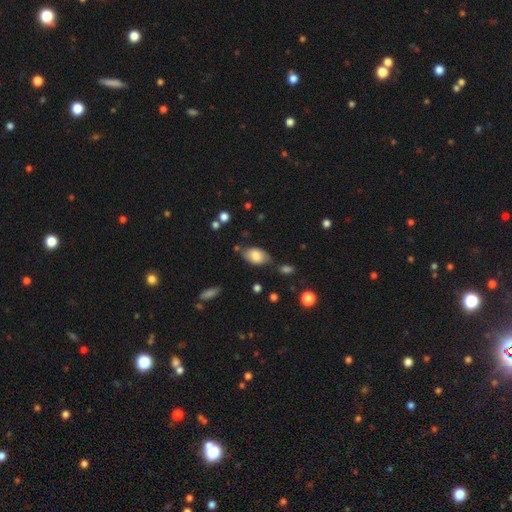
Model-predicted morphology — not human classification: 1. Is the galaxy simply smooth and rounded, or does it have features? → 78% smooth, 14% featured or disk, 7% star or artifact.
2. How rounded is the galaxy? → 91% in between, 7% round, 2% cigar-shaped.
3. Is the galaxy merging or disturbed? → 66% none, 23% minor disturbance, 6% merger, 5% major disturbance.